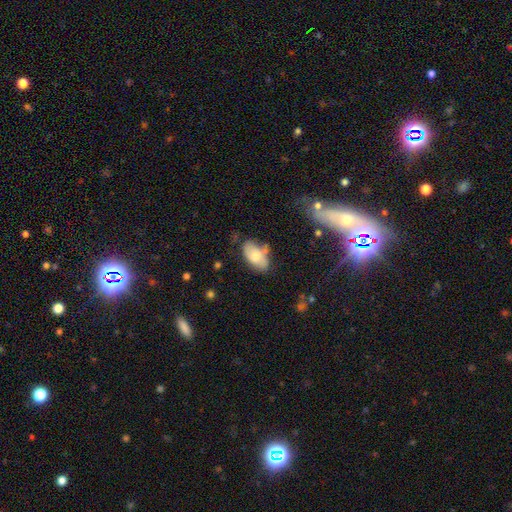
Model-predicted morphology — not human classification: smooth 74%, featured or disk 19%, star or artifact 7%. Down the decision tree: how rounded — in between (93%); merging — none (58%).